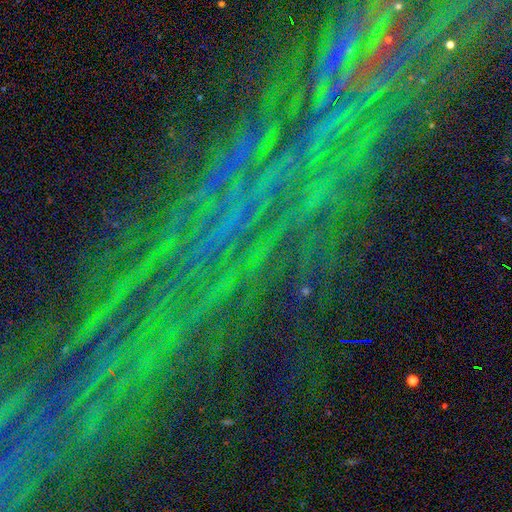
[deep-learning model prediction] Smooth or featured? Predicted: star or artifact (p=0.82).